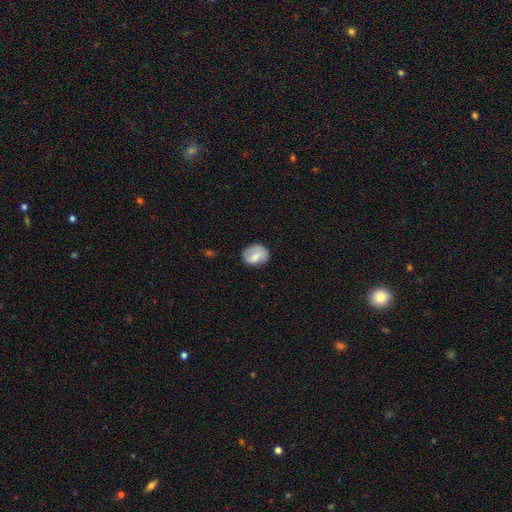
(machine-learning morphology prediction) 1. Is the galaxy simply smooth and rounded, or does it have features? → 71% smooth, 22% featured or disk, 7% star or artifact.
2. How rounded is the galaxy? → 51% round, 48% in between, 1% cigar-shaped.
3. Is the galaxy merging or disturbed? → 69% none, 22% minor disturbance, 7% major disturbance, 2% merger.